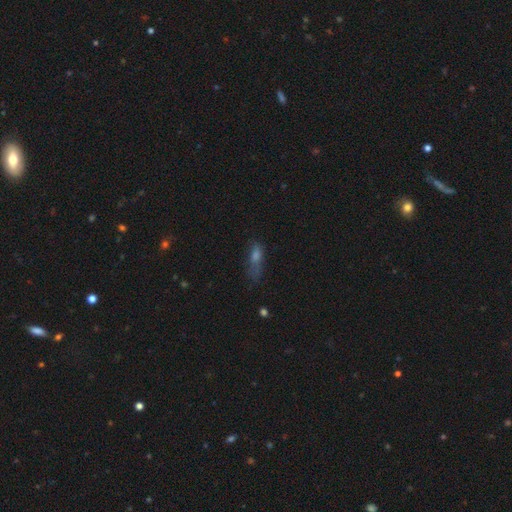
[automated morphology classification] smooth 56%, featured or disk 24%, star or artifact 21%. Down the decision tree: how rounded — in between (51%); merging — none (46%).